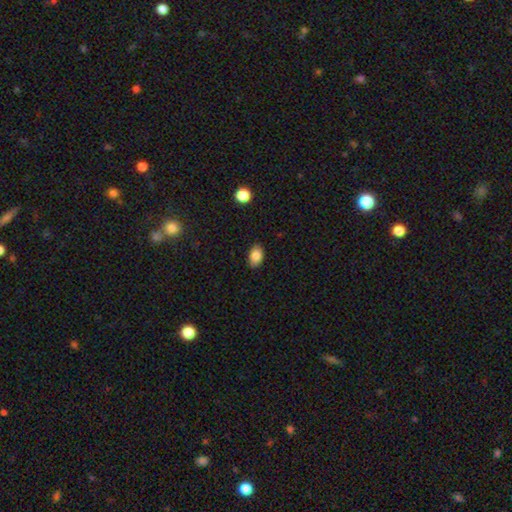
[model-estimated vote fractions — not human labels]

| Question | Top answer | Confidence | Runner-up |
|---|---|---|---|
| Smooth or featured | smooth | 85% | star or artifact (8%) |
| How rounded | in between | 89% | round (10%) |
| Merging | none | 86% | minor disturbance (11%) |